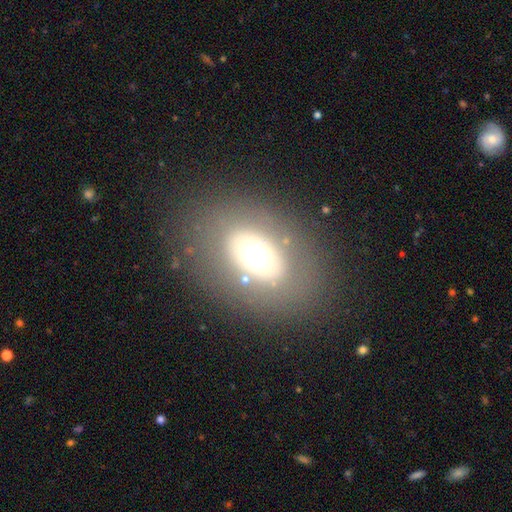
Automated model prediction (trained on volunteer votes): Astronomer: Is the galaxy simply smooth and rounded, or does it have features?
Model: smooth — 53% (runner-up: featured or disk, 33%).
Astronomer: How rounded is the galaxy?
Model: in between — 70%.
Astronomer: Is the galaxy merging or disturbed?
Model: none — 80%.